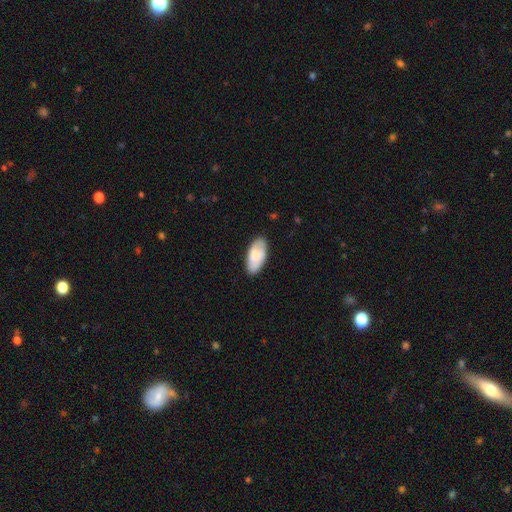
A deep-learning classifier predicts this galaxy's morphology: Smooth or featured? smooth (72%)
How rounded? in between (92%)
Merging? none (81%)